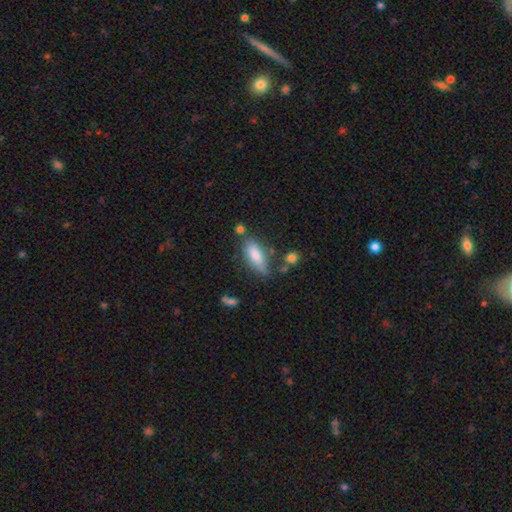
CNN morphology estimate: smooth 72%, featured or disk 20%, star or artifact 7%. Down the decision tree: how rounded — in between (63%); merging — none (64%).